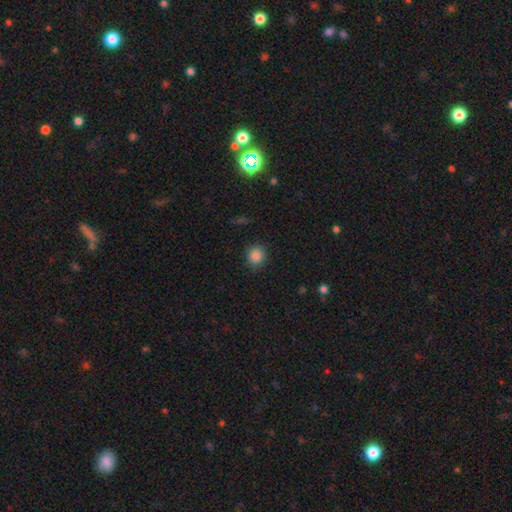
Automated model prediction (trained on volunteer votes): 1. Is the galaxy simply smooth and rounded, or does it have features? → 85% smooth, 11% star or artifact, 4% featured or disk.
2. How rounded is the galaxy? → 86% round, 13% in between, 1% cigar-shaped.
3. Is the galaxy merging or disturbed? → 88% none, 9% minor disturbance, 2% major disturbance, 1% merger.